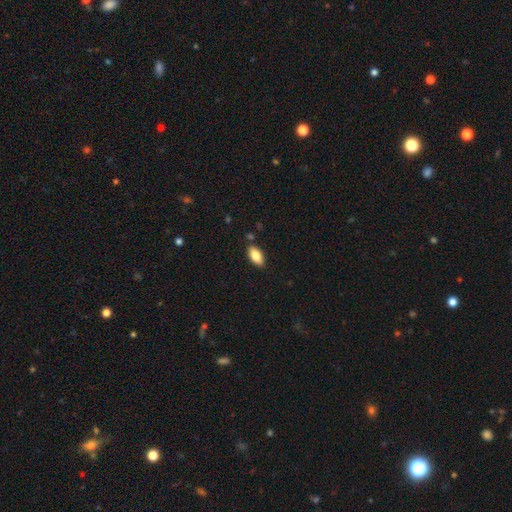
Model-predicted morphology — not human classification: The model was most divided on "smooth or featured": smooth: 82%, featured or disk: 11%, star or artifact: 7%. More confident: how rounded — in between (92%); merging — none (86%).